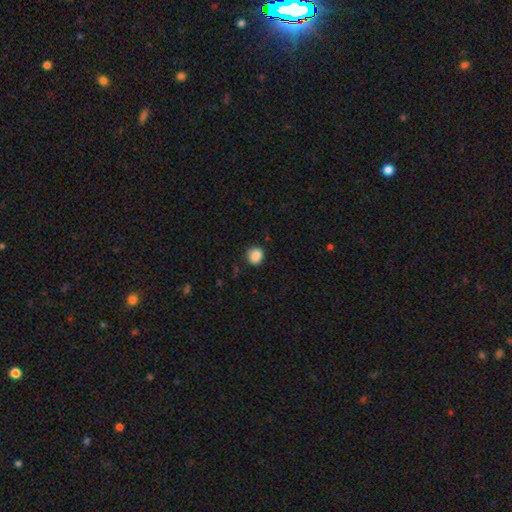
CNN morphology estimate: smooth-or-featured: smooth: 88% | star or artifact: 9% | featured or disk: 3%
  how-rounded: round: 77% | in between: 22% | cigar-shaped: 1%
  merging: none: 81% | minor disturbance: 14% | major disturbance: 3% | merger: 1%